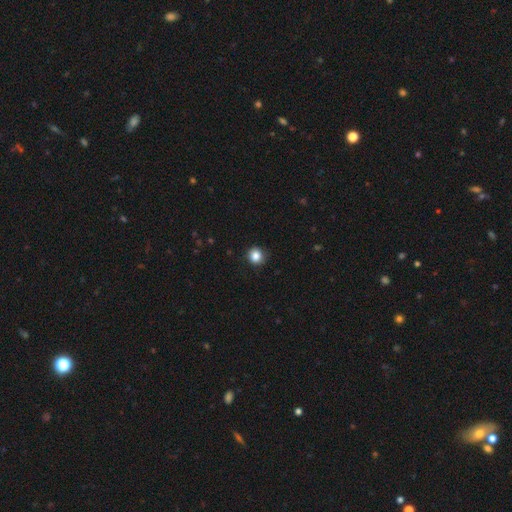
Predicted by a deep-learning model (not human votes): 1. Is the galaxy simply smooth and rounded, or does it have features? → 86% smooth, 10% star or artifact, 4% featured or disk.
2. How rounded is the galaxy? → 89% round, 10% in between, 1% cigar-shaped.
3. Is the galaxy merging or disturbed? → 88% none, 9% minor disturbance, 2% major disturbance, 1% merger.